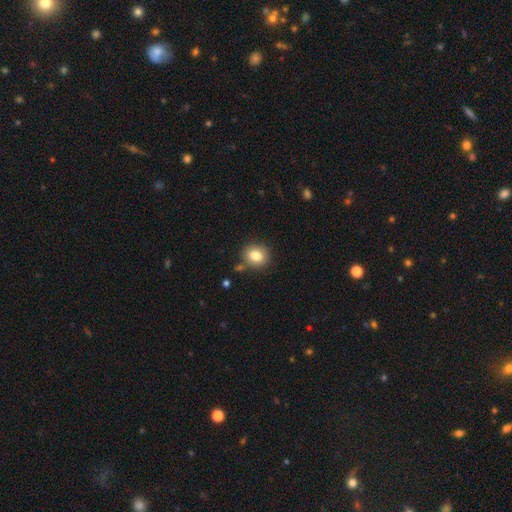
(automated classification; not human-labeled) Smooth or featured? smooth (82%)
How rounded? round (70%)
Merging? none (81%)